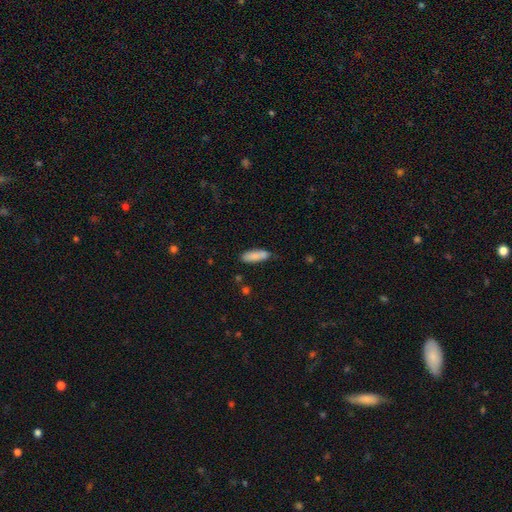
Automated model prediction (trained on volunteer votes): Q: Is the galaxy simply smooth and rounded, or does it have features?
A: smooth — 85%.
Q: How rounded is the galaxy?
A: in between — 59%.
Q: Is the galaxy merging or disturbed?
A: none — 74%.